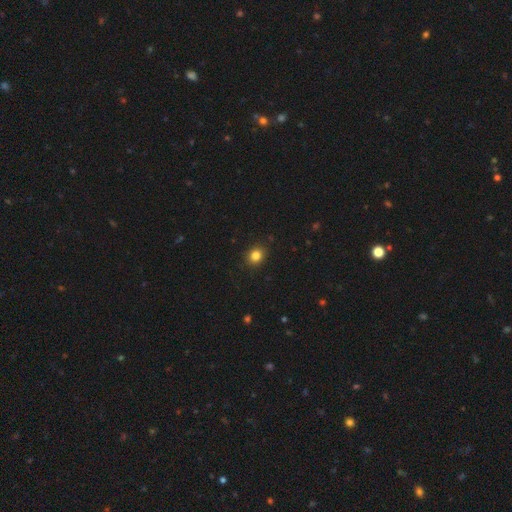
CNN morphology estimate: Overall: smooth (83%). How rounded: round (68%; in between 31%). Merging: none (90%).